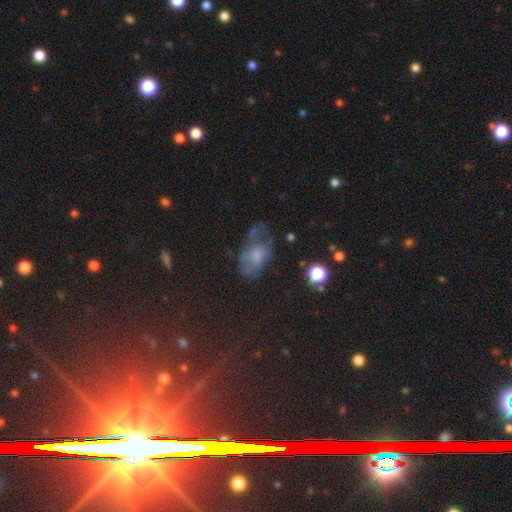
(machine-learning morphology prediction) A smooth galaxy with no disk features (47%). Merging: none (41%).